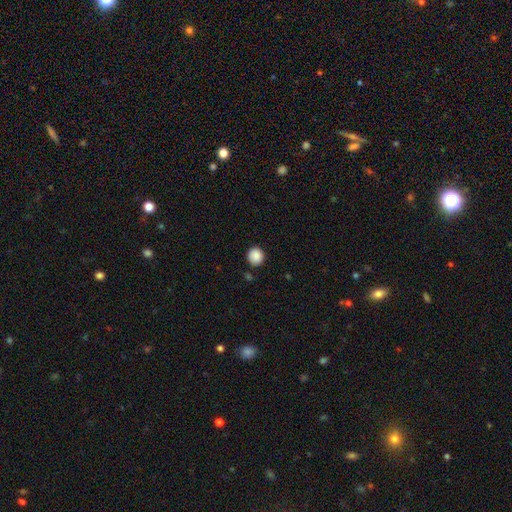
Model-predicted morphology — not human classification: Smooth or featured? Predicted: smooth (p=0.89). How rounded? Predicted: round (p=0.90). Merging? Predicted: none (p=0.88).